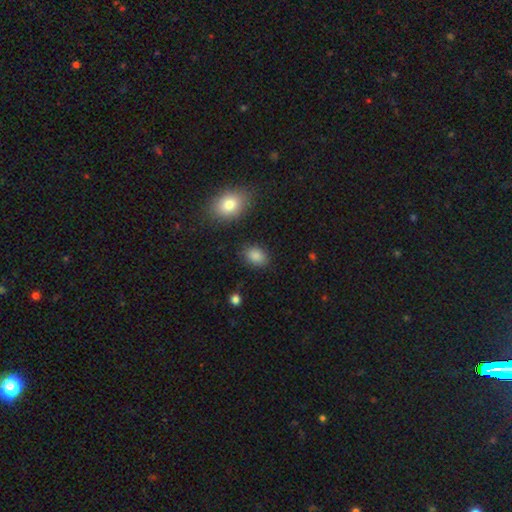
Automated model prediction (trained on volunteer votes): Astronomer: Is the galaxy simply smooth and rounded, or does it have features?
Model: smooth — 87%.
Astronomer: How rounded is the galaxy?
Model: in between — 75%.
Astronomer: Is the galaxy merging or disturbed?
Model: none — 83%.